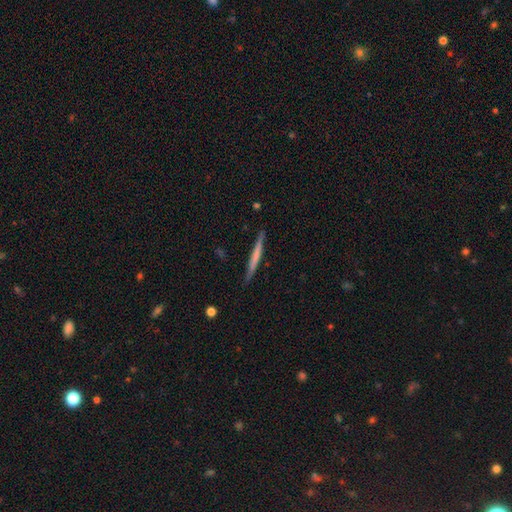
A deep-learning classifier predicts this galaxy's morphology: smooth-or-featured: smooth: 49% | featured or disk: 46% | star or artifact: 5%
  merging: none: 88% | minor disturbance: 9% | major disturbance: 2% | merger: 1%